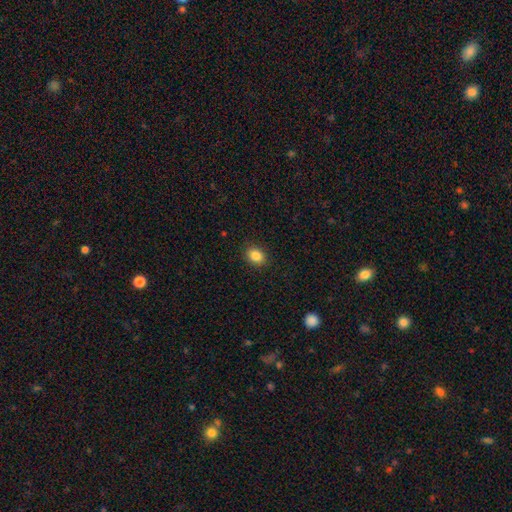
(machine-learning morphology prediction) A smooth galaxy with no disk features (86%) that is in between round and cigar-shaped (57%). Merging: none (90%).